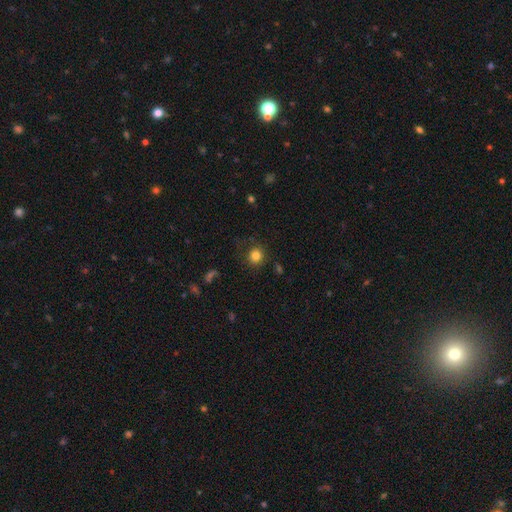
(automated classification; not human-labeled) Smooth or featured? Predicted: smooth (p=0.82). How rounded? Predicted: round (p=0.91). Merging? Predicted: none (p=0.84).